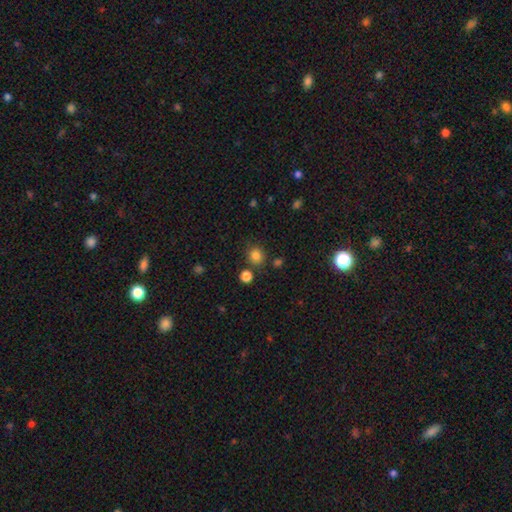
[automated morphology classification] Q: Smooth or featured?
A: smooth (82%); runner-up: star or artifact (13%)
Q: How rounded?
A: round (84%); runner-up: in between (15%)
Q: Merging?
A: none (80%); runner-up: minor disturbance (9%)